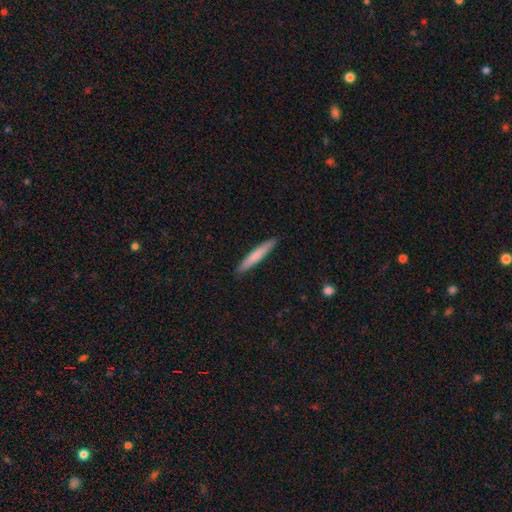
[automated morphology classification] Overall: smooth (75%). How rounded: cigar-shaped (94%). Merging: none (91%).